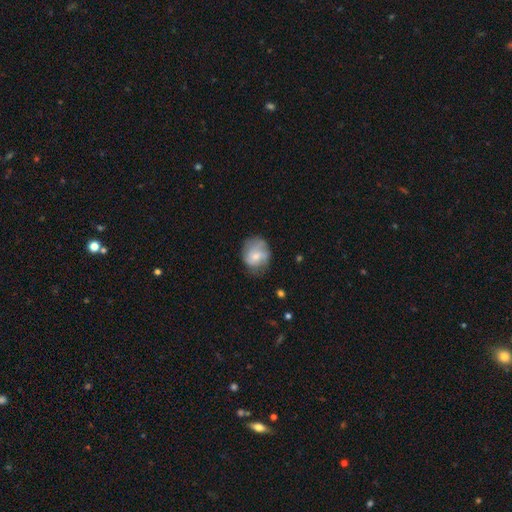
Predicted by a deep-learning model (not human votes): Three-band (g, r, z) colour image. It shows a smooth galaxy with no disk features (55%) that is round (63%). Merging: none (61%).